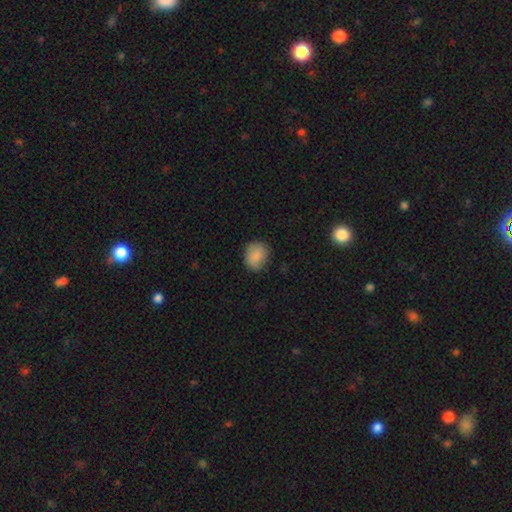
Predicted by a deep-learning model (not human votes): This appears to be a smooth galaxy with no disk features (83%) that is round (68%). Merging: none (72%).